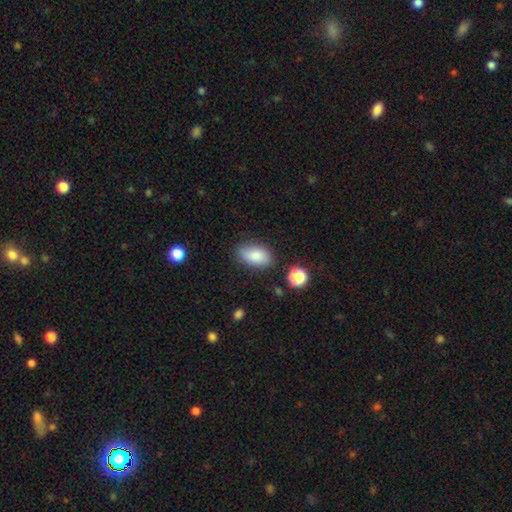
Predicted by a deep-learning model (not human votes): Overall: smooth (84%). How rounded: in between (91%). Merging: none (82%).